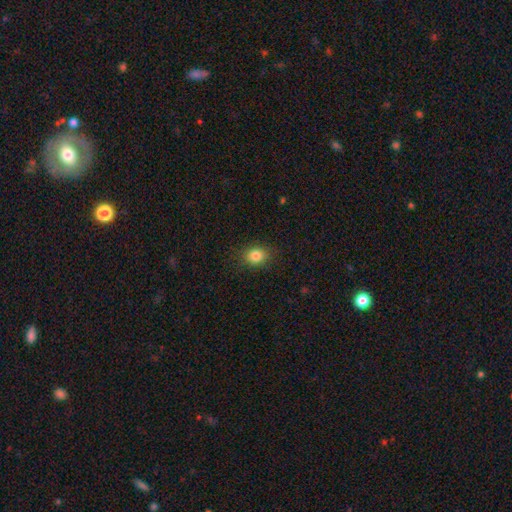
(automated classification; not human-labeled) A smooth galaxy with no disk features (84%) that is round (53%).

Vote fractions:
- Smooth or featured? smooth: 84% / star or artifact: 11% / featured or disk: 5%
- How rounded? round: 53% / in between: 46% / cigar-shaped: 1%
- Merging? none: 87% / minor disturbance: 9% / major disturbance: 3% / merger: 1%